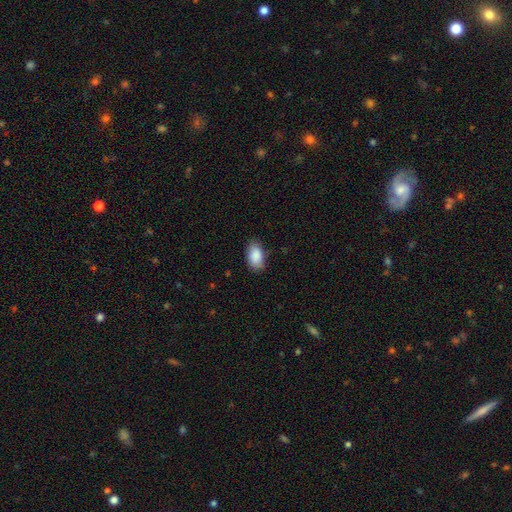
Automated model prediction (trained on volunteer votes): Smooth or featured: smooth — 88% (star or artifact — 6%)
How rounded: in between — 93% (round — 5%)
Merging: none — 77% (minor disturbance — 19%)